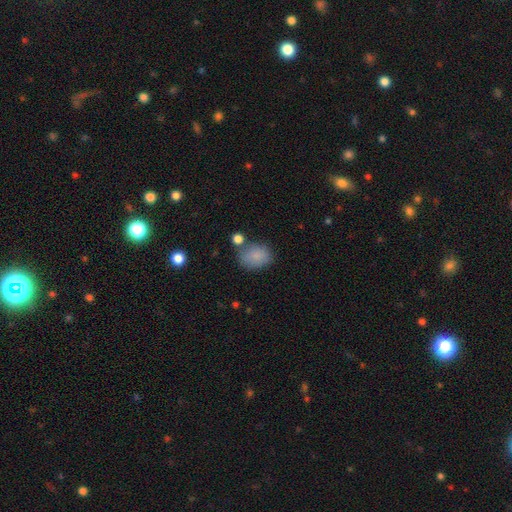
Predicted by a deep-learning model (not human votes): Morphology: type=smooth (84%); roundness=in between (67%); merging=none (65%).